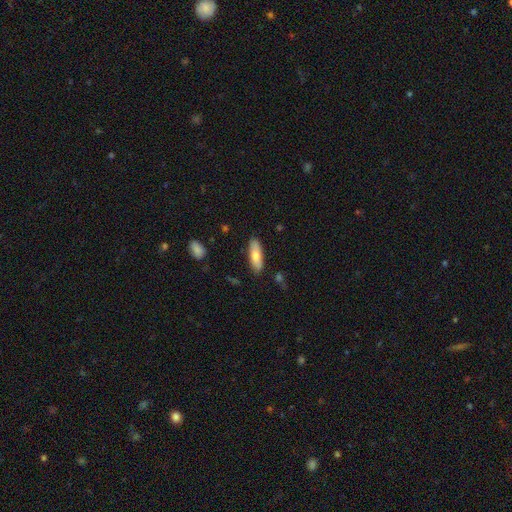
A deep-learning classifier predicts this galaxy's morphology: A smooth galaxy with no disk features (75%) that is in between round and cigar-shaped (60%).

Vote fractions:
- Smooth or featured? smooth: 75% / featured or disk: 19% / star or artifact: 6%
- How rounded? in between: 60% / cigar-shaped: 38% / round: 2%
- Merging? none: 86% / minor disturbance: 11% / major disturbance: 2% / merger: 2%